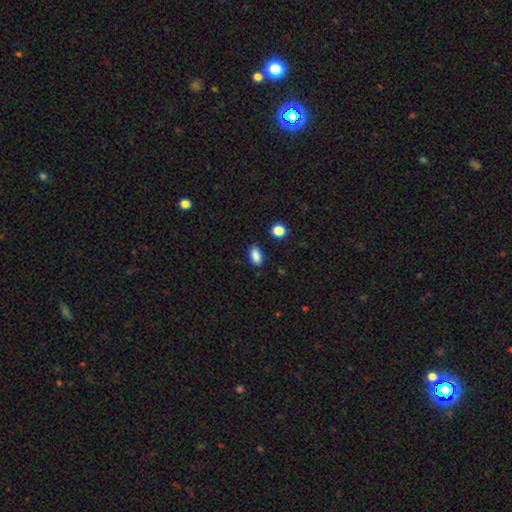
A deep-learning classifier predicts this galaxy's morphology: smooth-or-featured: smooth: 88% | star or artifact: 9% | featured or disk: 4%
  how-rounded: in between: 90% | round: 7% | cigar-shaped: 3%
  merging: none: 84% | minor disturbance: 12% | major disturbance: 2% | merger: 2%